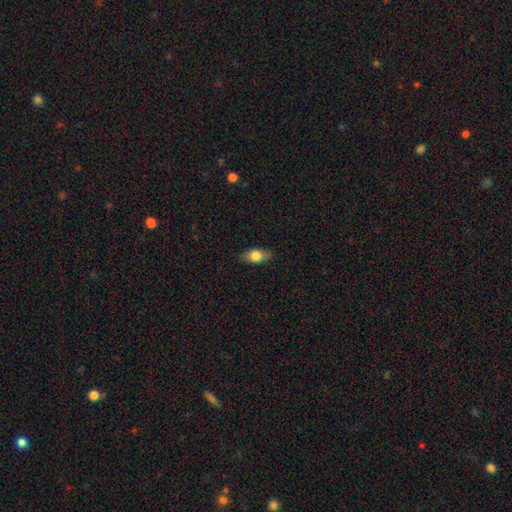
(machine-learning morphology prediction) Smooth or featured: smooth — 76% (featured or disk — 18%)
How rounded: in between — 86% (round — 7%)
Merging: none — 86% (minor disturbance — 11%)